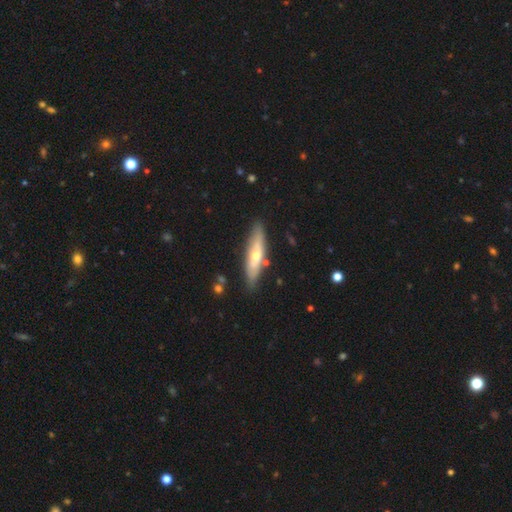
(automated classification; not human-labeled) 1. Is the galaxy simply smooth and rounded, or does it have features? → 50% featured or disk, 45% smooth, 6% star or artifact.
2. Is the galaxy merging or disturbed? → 81% none, 13% minor disturbance, 4% merger, 3% major disturbance.